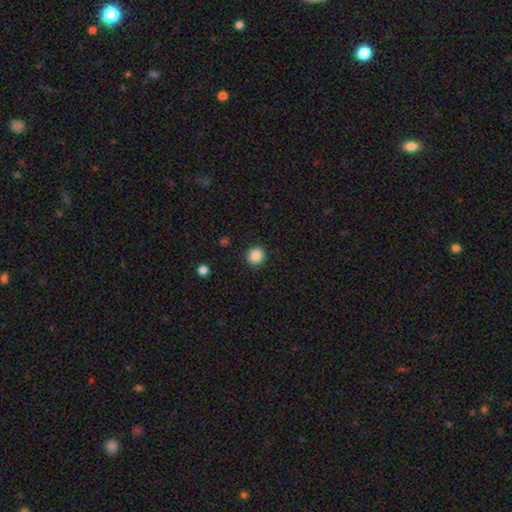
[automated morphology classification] A smooth galaxy with no disk features (88%) that is round (94%). Merging: none (92%).